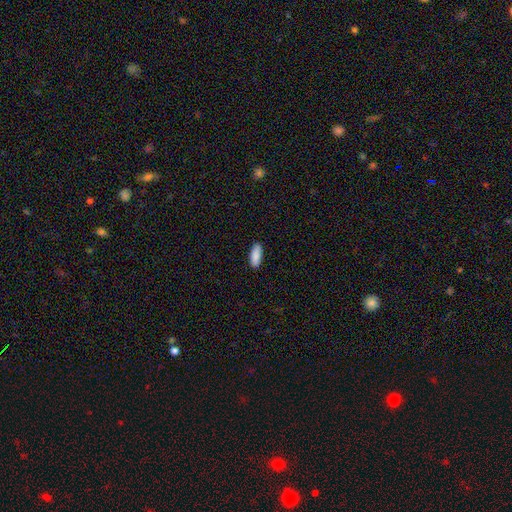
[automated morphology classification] Smooth or featured: smooth — 90% (star or artifact — 6%)
How rounded: in between — 76% (cigar-shaped — 23%)
Merging: none — 89% (minor disturbance — 9%)